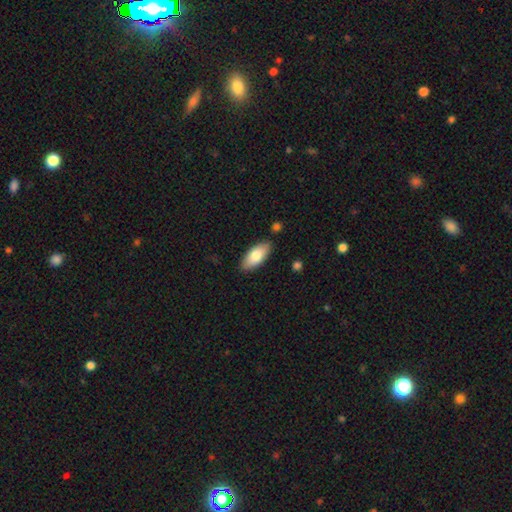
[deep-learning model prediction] Smooth or featured? smooth (79%)
How rounded? in between (87%)
Merging? none (85%)